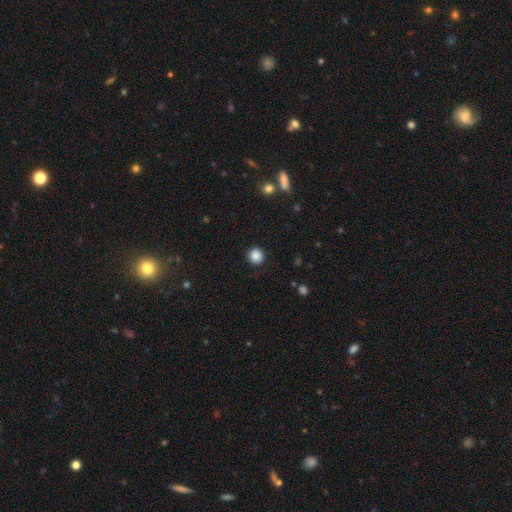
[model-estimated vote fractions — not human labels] A smooth galaxy with no disk features (87%) that is round (93%). Merging: none (91%).